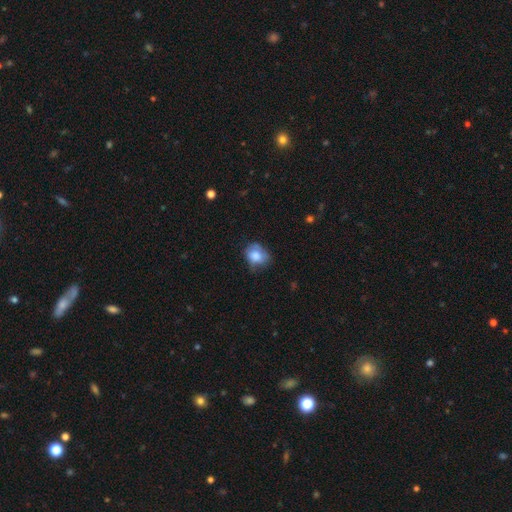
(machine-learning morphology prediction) smooth-or-featured: smooth: 74% | featured or disk: 18% | star or artifact: 9%
  how-rounded: round: 56% | in between: 43% | cigar-shaped: 1%
  merging: none: 51% | minor disturbance: 34% | major disturbance: 13% | merger: 2%